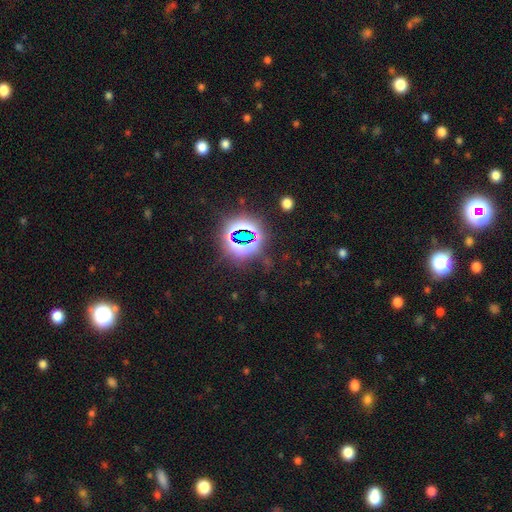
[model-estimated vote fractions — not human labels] This is clearly a star or artifact rather than a galaxy (83%).